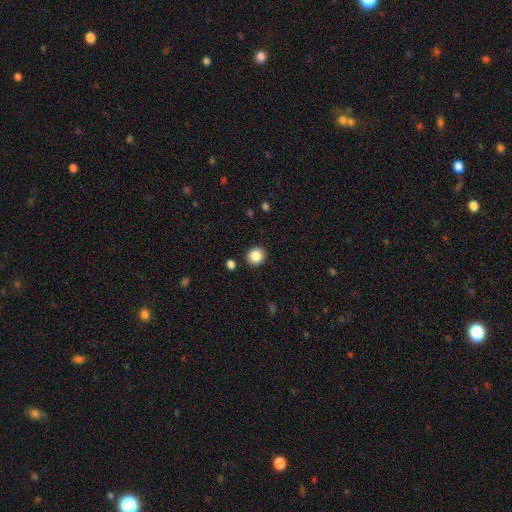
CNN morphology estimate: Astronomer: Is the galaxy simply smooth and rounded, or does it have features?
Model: smooth — 86%.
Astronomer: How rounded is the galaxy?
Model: round — 88%.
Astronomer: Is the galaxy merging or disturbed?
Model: none — 90%.